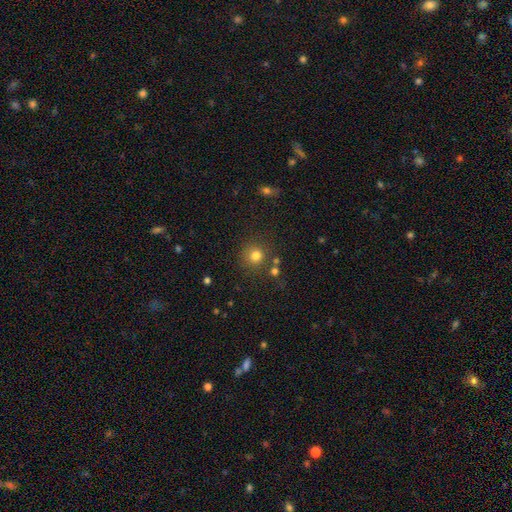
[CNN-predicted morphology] Smooth or featured?
  - smooth: 79% *
  - star or artifact: 15%
  - featured or disk: 7%
How rounded?
  - round: 91% *
  - in between: 9%
  - cigar-shaped: 1%
Merging?
  - none: 78% *
  - minor disturbance: 10%
  - merger: 8%
  - major disturbance: 4%